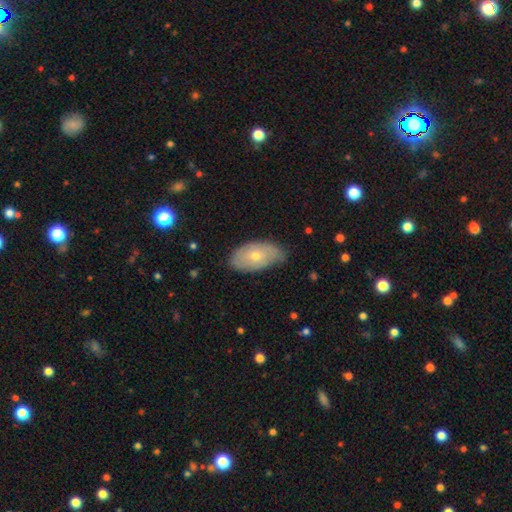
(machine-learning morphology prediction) Smooth or featured? Predicted: smooth (p=0.56). How rounded? Predicted: in between (p=0.92). Merging? Predicted: none (p=0.69).